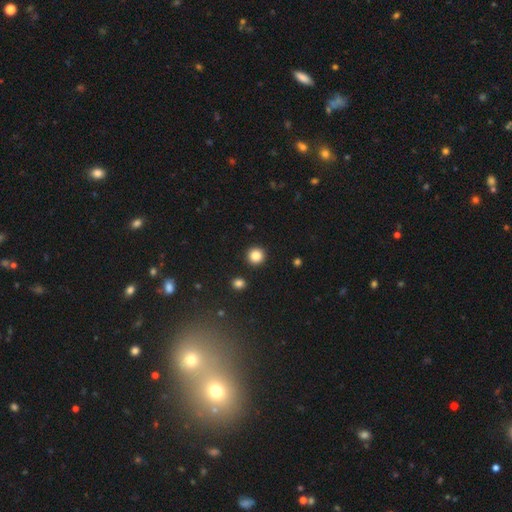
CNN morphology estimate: The model was most divided on "smooth or featured": smooth: 85%, star or artifact: 11%, featured or disk: 4%. More confident: how rounded — round (95%); merging — none (92%).